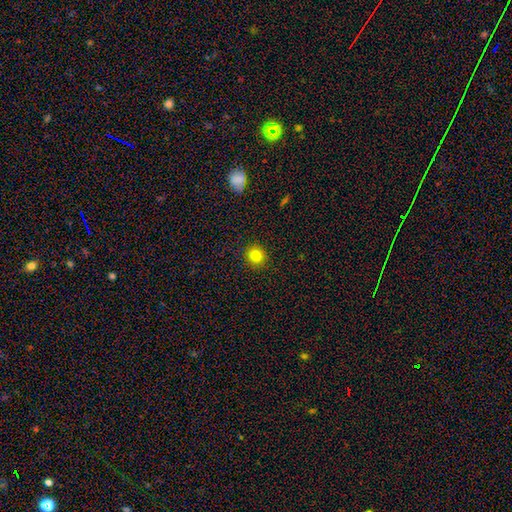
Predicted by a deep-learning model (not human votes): Smooth or featured? smooth (82%)
How rounded? round (89%)
Merging? none (92%)